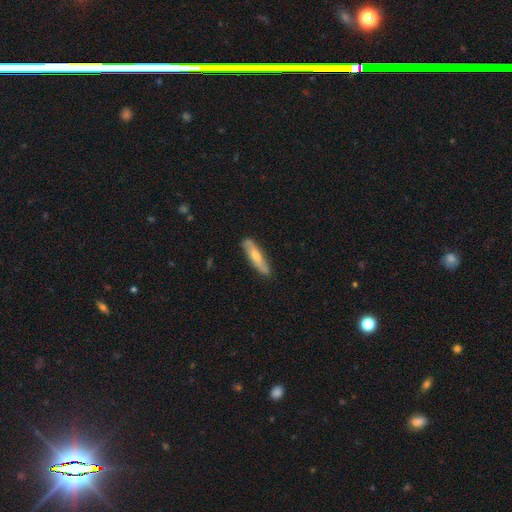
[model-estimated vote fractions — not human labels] This is possibly a smooth galaxy (49%). Merging: clearly none (83%).